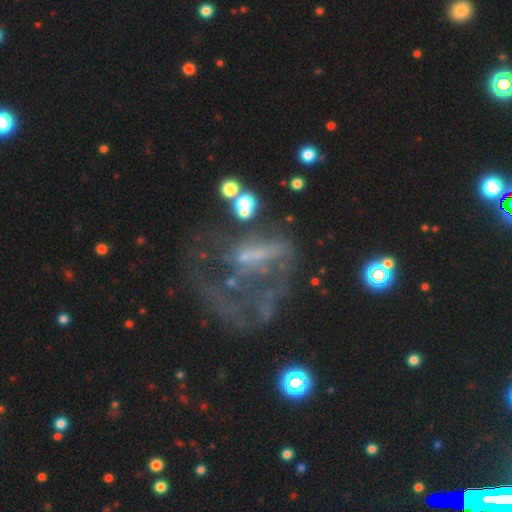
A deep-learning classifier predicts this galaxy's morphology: Smooth or featured?
  - featured or disk: 58% *
  - smooth: 21%
  - star or artifact: 21%
Edge-on disk?
  - no: 94% *
  - yes: 6%
Bar?
  - no: 64% *
  - weak: 21%
  - strong: 15%
Spiral arms?
  - no: 72% *
  - yes: 28%
Bulge size?
  - none: 58% *
  - small: 24%
  - moderate: 13%
  - large: 3%
  - dominant: 2%
Merging?
  - major disturbance: 52% *
  - none: 23%
  - minor disturbance: 13%
  - merger: 13%